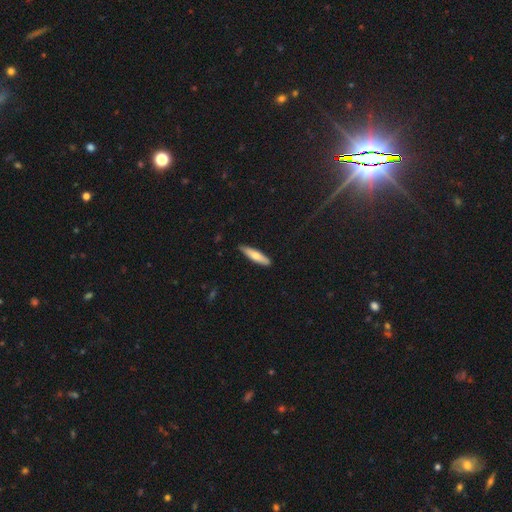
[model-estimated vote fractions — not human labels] A smooth galaxy with no disk features (64%) that is cigar-shaped (81%).

Vote fractions:
- Smooth or featured? smooth: 64% / featured or disk: 31% / star or artifact: 5%
- How rounded? cigar-shaped: 81% / in between: 17% / round: 2%
- Merging? none: 89% / minor disturbance: 9% / major disturbance: 2% / merger: 1%